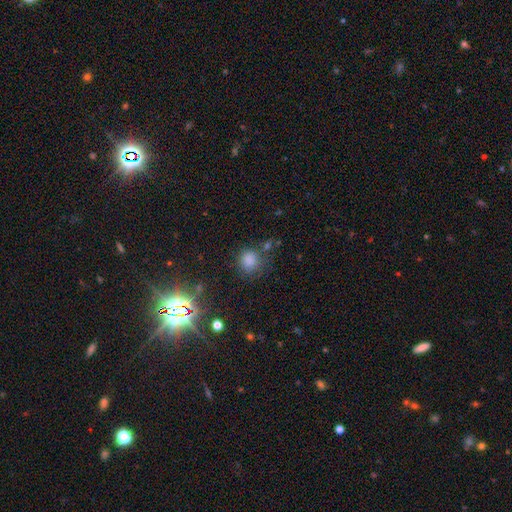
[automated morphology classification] star or artifact 57%, smooth 35%, featured or disk 8%.